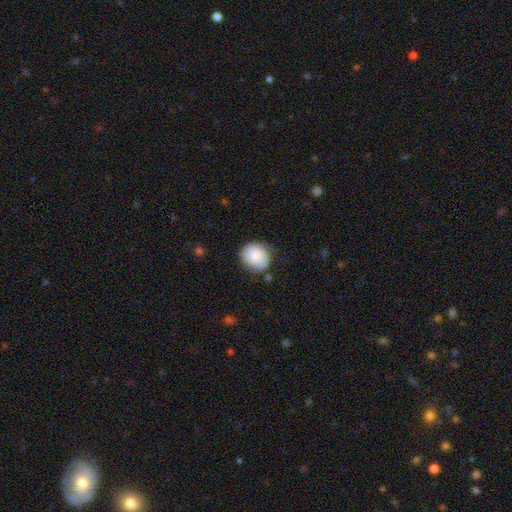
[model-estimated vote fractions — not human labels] smooth 50%, featured or disk 42%, star or artifact 8%. Down the decision tree: how rounded — round (80%); merging — none (67%).